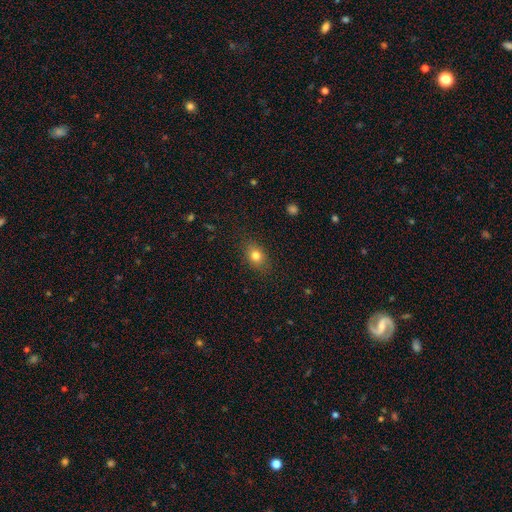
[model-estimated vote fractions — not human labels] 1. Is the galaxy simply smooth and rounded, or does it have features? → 80% smooth, 11% star or artifact, 9% featured or disk.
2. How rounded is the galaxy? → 63% in between, 34% round, 2% cigar-shaped.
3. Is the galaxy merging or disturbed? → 84% none, 11% minor disturbance, 3% major disturbance, 1% merger.